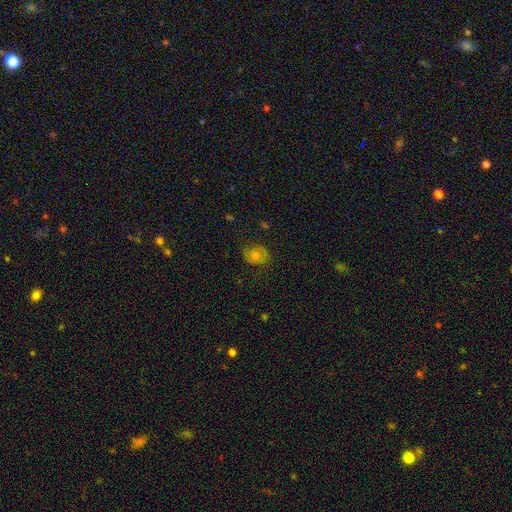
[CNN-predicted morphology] The model was most divided on "smooth or featured": smooth: 46%, featured or disk: 36%, star or artifact: 18%. More confident: merging — none (73%).